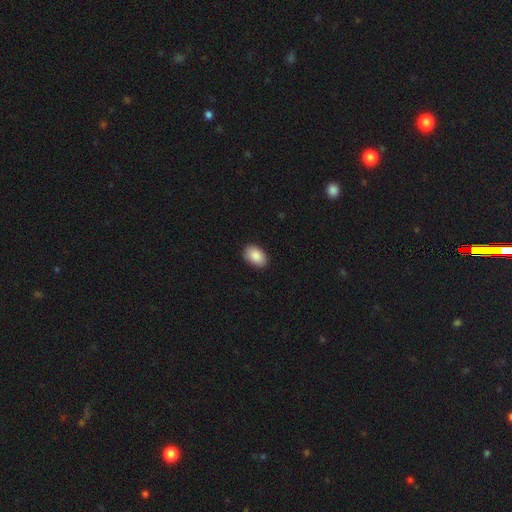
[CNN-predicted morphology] Smooth or featured: smooth — 90% (star or artifact — 6%)
How rounded: in between — 90% (round — 9%)
Merging: none — 89% (minor disturbance — 8%)